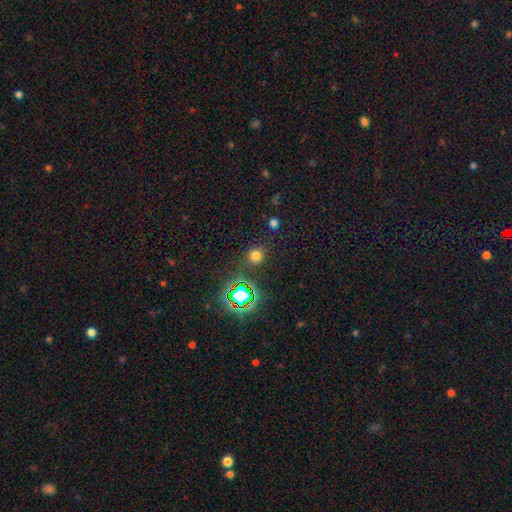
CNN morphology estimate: smooth_or_featured: smooth (p=0.69) [alt: star or artifact p=0.25]
how_rounded: round (p=0.85) [alt: in between p=0.14]
merging: none (p=0.85) [alt: minor disturbance p=0.09]